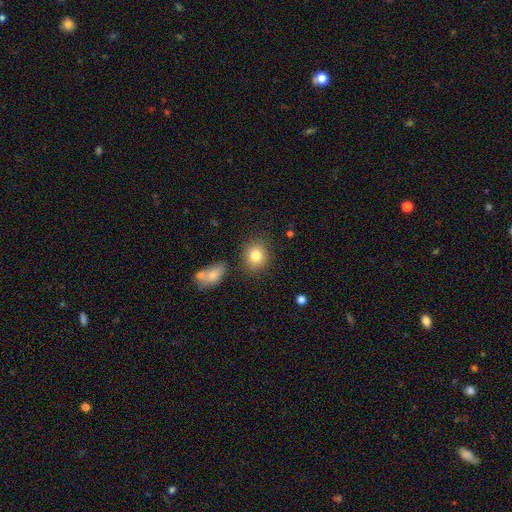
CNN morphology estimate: A smooth galaxy with no disk features (82%) that is round (68%).

Vote fractions:
- Smooth or featured? smooth: 82% / star or artifact: 10% / featured or disk: 9%
- How rounded? round: 68% / in between: 30% / cigar-shaped: 1%
- Merging? none: 82% / minor disturbance: 10% / merger: 5% / major disturbance: 3%